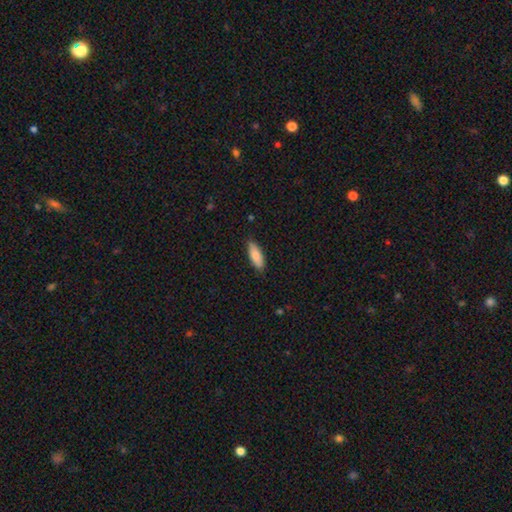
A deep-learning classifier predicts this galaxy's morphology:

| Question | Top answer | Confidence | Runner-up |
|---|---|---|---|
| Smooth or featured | smooth | 85% | featured or disk (9%) |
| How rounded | in between | 64% | cigar-shaped (34%) |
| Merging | none | 86% | minor disturbance (11%) |